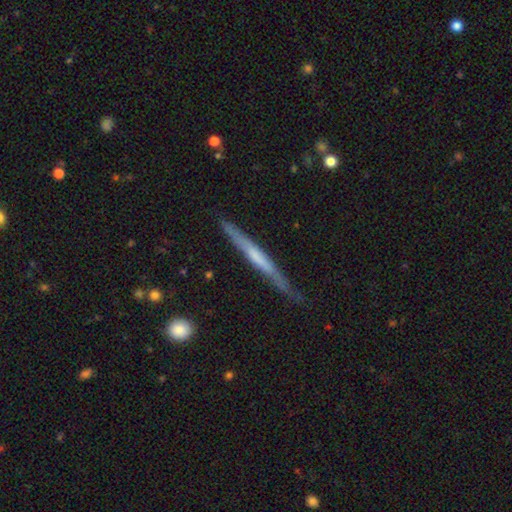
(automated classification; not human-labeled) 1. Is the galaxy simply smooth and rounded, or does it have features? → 58% featured or disk, 36% smooth, 6% star or artifact.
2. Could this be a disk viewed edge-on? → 95% yes, 5% no.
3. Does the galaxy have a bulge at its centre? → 67% none, 19% rounded, 15% boxy.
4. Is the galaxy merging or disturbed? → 77% none, 17% minor disturbance, 3% major disturbance, 2% merger.